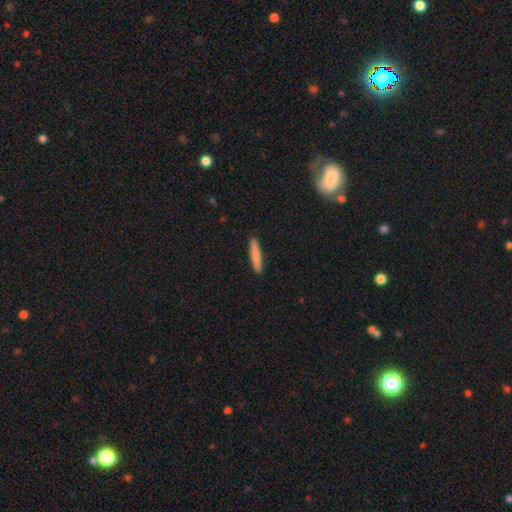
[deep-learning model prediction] Smooth or featured: smooth — 81% (featured or disk — 14%)
How rounded: cigar-shaped — 92% (in between — 6%)
Merging: none — 91% (minor disturbance — 7%)